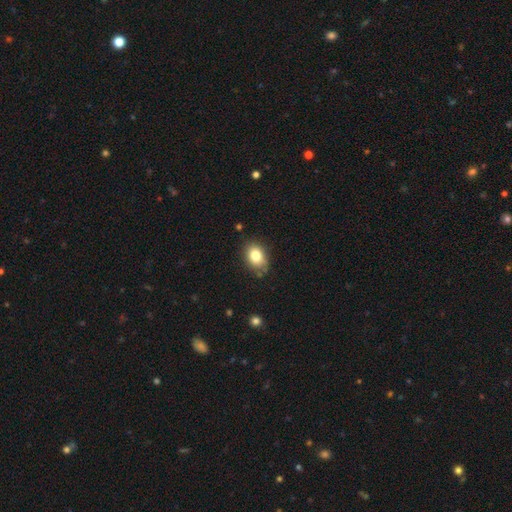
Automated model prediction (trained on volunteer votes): Smooth or featured? smooth (80%)
How rounded? in between (72%)
Merging? none (76%)